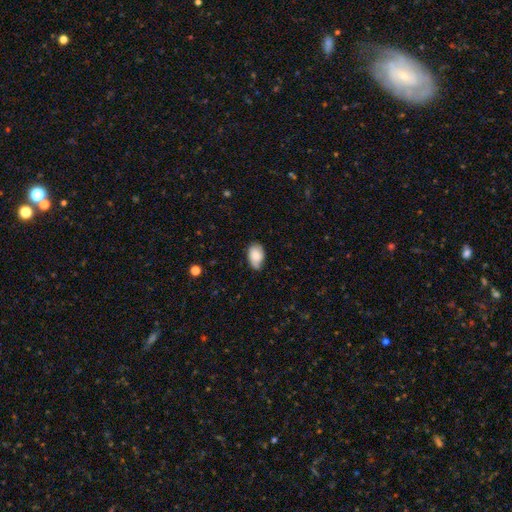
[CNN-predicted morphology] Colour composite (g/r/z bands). It shows a smooth galaxy with no disk features (80%) that is in between round and cigar-shaped (89%). Merging: none (59%).